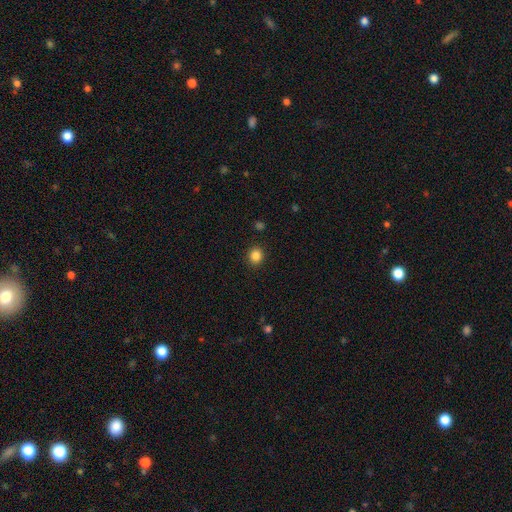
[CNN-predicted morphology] Overall: smooth (85%). How rounded: round (83%). Merging: none (91%).